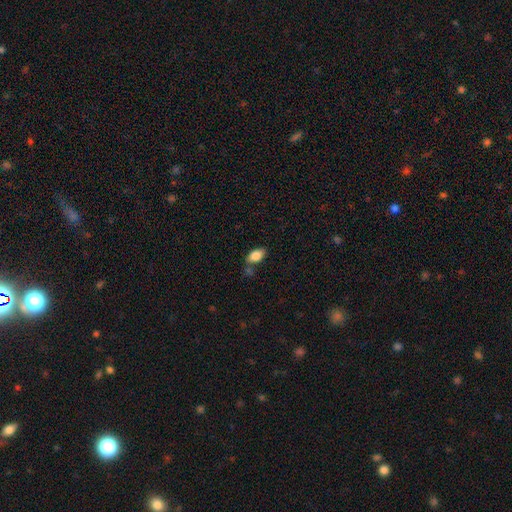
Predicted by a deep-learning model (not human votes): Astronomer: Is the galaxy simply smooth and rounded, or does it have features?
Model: smooth — 84%.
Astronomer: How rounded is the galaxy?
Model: in between — 92%.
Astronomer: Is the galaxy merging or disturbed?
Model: none — 68%.